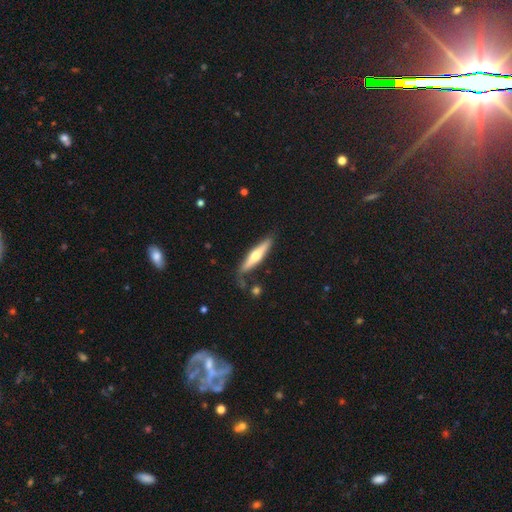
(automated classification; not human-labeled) A featured or disk galaxy (55%) viewed edge-on (94%) with a rounded central bulge (91%).

Vote fractions:
- Smooth or featured? featured or disk: 55% / smooth: 39% / star or artifact: 5%
- Edge-on disk? yes: 94% / no: 6%
- Edge-on bulge? rounded: 91% / none: 6% / boxy: 3%
- Merging? none: 81% / minor disturbance: 12% / merger: 4% / major disturbance: 3%